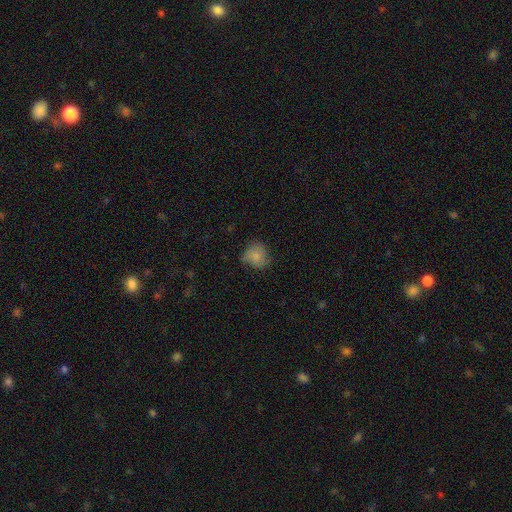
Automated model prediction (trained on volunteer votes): A smooth galaxy with no disk features (79%) that is round (75%).

Vote fractions:
- Smooth or featured? smooth: 79% / featured or disk: 11% / star or artifact: 10%
- How rounded? round: 75% / in between: 24% / cigar-shaped: 1%
- Merging? none: 58% / minor disturbance: 31% / major disturbance: 9% / merger: 2%